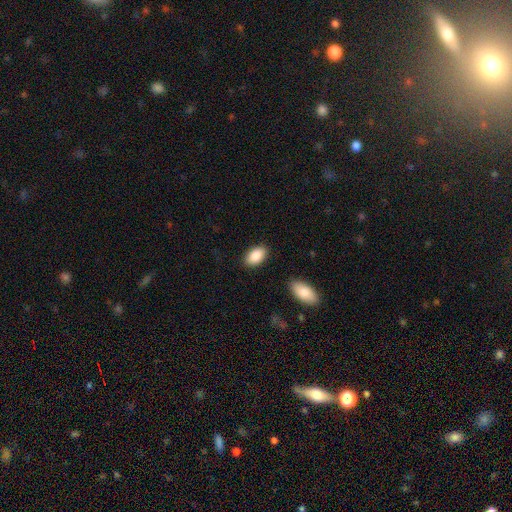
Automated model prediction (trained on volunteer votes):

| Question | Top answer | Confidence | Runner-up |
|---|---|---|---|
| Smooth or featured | smooth | 88% | star or artifact (6%) |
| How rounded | in between | 93% | round (5%) |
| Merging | none | 87% | minor disturbance (9%) |